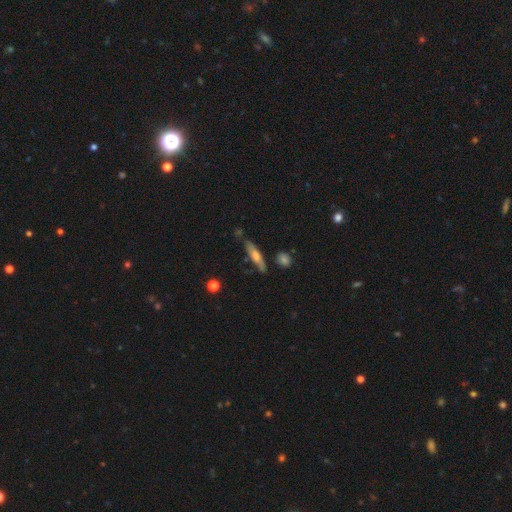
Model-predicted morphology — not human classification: smooth-or-featured: smooth: 50% | featured or disk: 43% | star or artifact: 8%
  merging: none: 69% | minor disturbance: 21% | major disturbance: 5% | merger: 5%